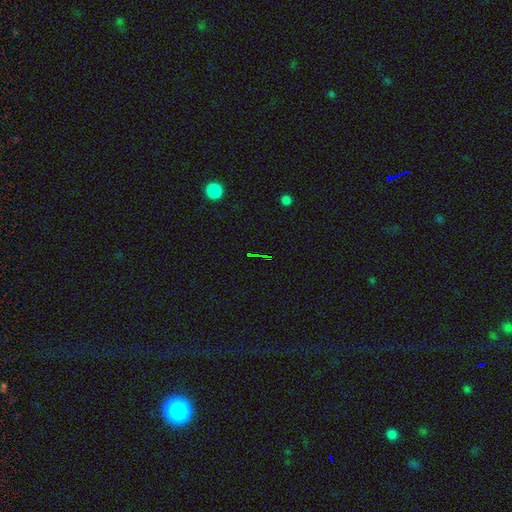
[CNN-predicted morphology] The model was most divided on "smooth or featured": star or artifact: 74%, smooth: 14%, featured or disk: 11%.